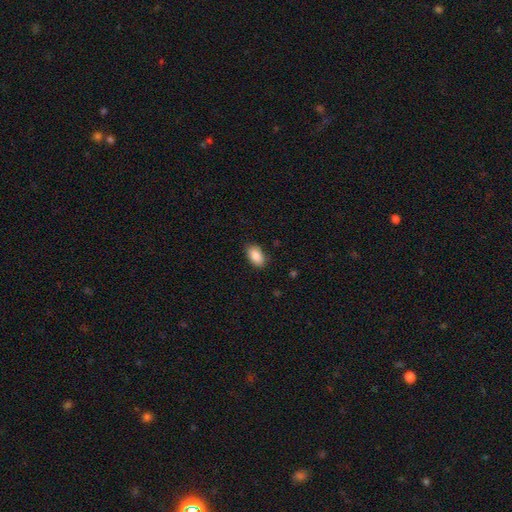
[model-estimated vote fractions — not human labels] This appears to be a smooth galaxy with no disk features (89%) that is in between round and cigar-shaped (93%). Merging: none (85%).